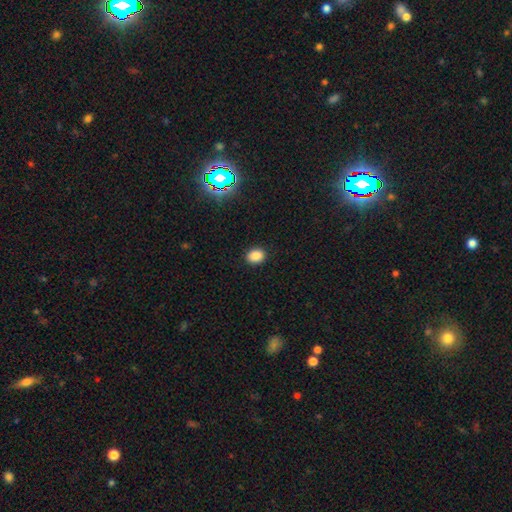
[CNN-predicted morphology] Smooth or featured? smooth (86%)
How rounded? round (51%)
Merging? none (90%)